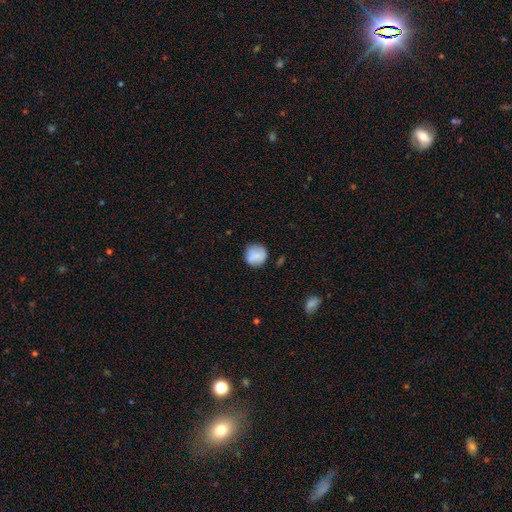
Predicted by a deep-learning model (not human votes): Smooth or featured?
  - smooth: 82% *
  - featured or disk: 10%
  - star or artifact: 8%
How rounded?
  - round: 91% *
  - in between: 8%
  - cigar-shaped: 1%
Merging?
  - none: 80% *
  - minor disturbance: 15%
  - major disturbance: 4%
  - merger: 2%